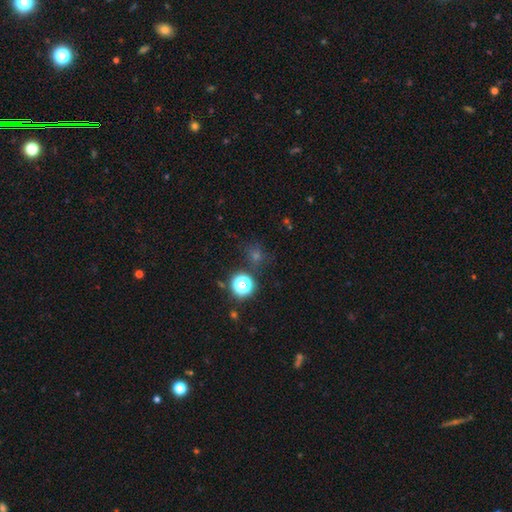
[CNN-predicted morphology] Smooth or featured? star or artifact (53%)